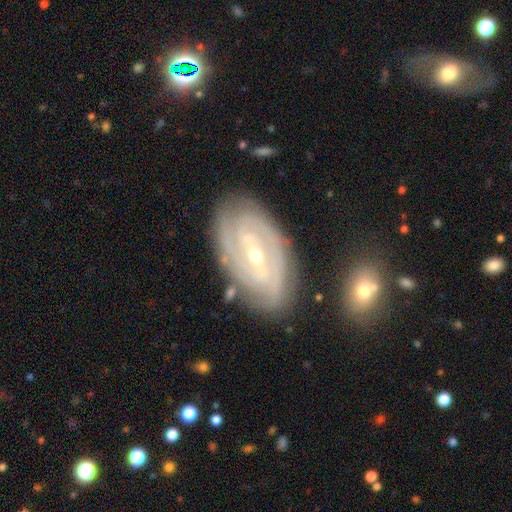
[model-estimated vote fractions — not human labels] Q: Smooth or featured?
A: featured or disk (89%); runner-up: smooth (7%)
Q: Edge-on disk?
A: no (95%); runner-up: yes (5%)
Q: Bar?
A: weak (45%); runner-up: strong (32%)
Q: Spiral arms?
A: yes (96%); runner-up: no (4%)
Q: Spiral winding?
A: tight (73%); runner-up: medium (23%)
Q: Spiral arm count?
A: 2 (30%); runner-up: 3 (27%)
Q: Bulge size?
A: small (55%); runner-up: moderate (42%)
Q: Merging?
A: none (78%); runner-up: minor disturbance (15%)